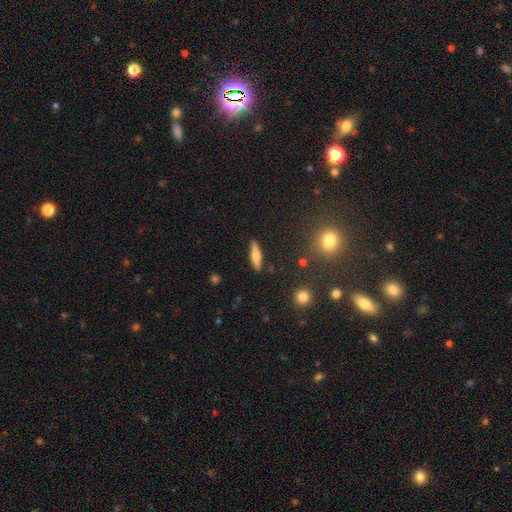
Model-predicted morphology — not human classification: type=smooth (54%); roundness=cigar-shaped (72%); merging=none (88%).